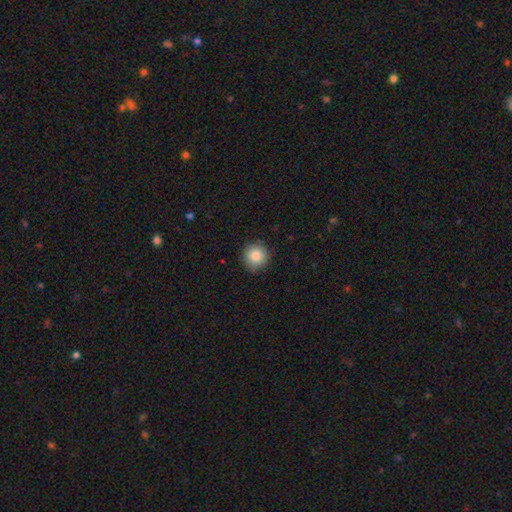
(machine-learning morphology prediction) smooth-or-featured: smooth: 86% | star or artifact: 9% | featured or disk: 5%
  how-rounded: round: 94% | in between: 5% | cigar-shaped: 1%
  merging: none: 88% | minor disturbance: 9% | major disturbance: 2% | merger: 1%